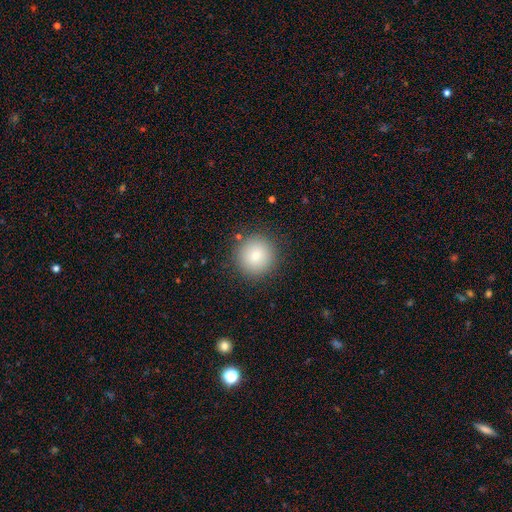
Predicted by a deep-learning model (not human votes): smooth_or_featured: smooth (p=0.83) [alt: star or artifact p=0.10]
how_rounded: round (p=0.95) [alt: in between p=0.04]
merging: none (p=0.88) [alt: minor disturbance p=0.08]